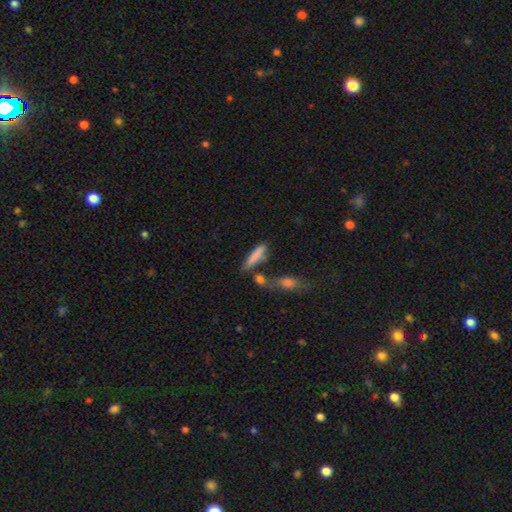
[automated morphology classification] type=smooth (78%); roundness=cigar-shaped (76%); merging=none (52%).